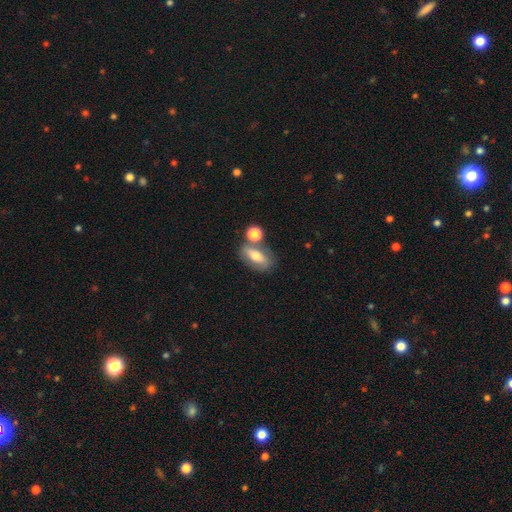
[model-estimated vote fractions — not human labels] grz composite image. It shows a smooth galaxy with no disk features (59%) that is in between round and cigar-shaped (76%). Merging: none (59%).